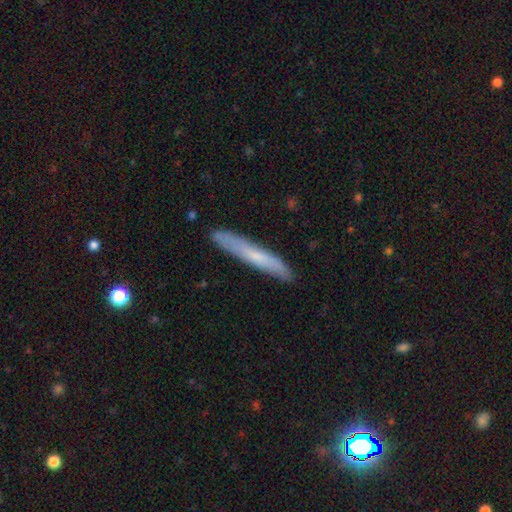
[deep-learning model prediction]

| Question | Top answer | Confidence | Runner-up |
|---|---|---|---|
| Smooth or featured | smooth | 60% | featured or disk (34%) |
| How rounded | cigar-shaped | 95% | in between (4%) |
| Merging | none | 86% | minor disturbance (11%) |